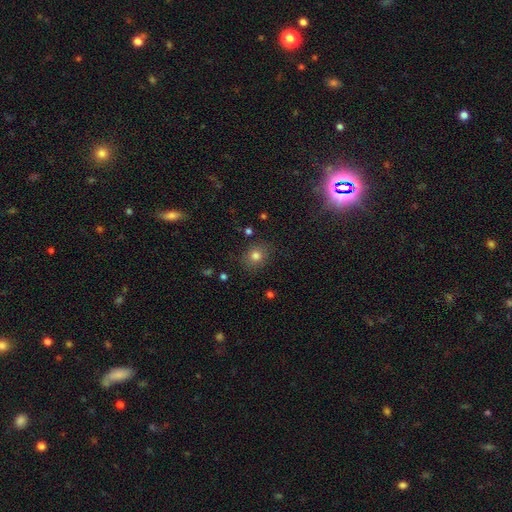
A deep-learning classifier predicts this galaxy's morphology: Smooth or featured? Predicted: smooth (p=0.79). How rounded? Predicted: round (p=0.72). Merging? Predicted: none (p=0.83).